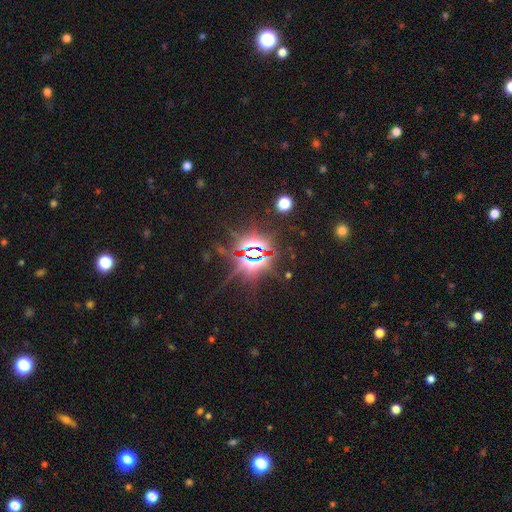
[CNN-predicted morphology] smooth-or-featured: star or artifact: 83% | featured or disk: 10% | smooth: 7%